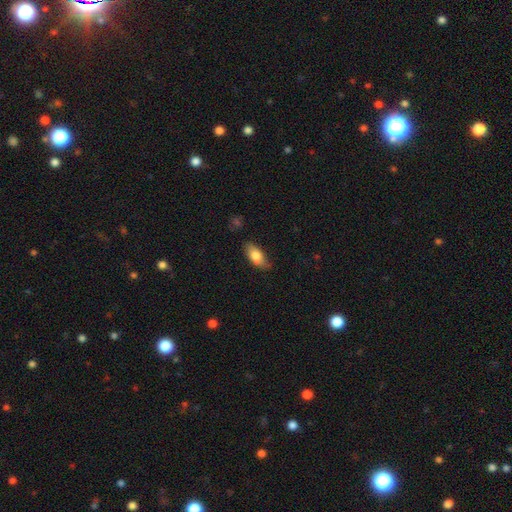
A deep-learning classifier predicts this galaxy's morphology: smooth 77%, featured or disk 16%, star or artifact 6%. Down the decision tree: how rounded — in between (86%); merging — none (74%).